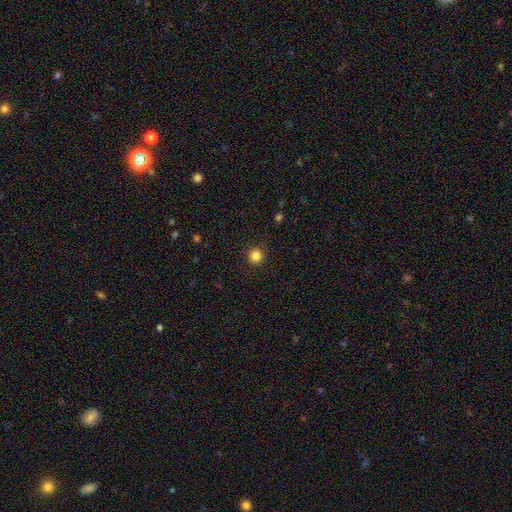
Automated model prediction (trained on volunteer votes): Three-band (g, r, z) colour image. It shows a smooth galaxy with no disk features (84%) that is round (95%). Merging: none (91%).